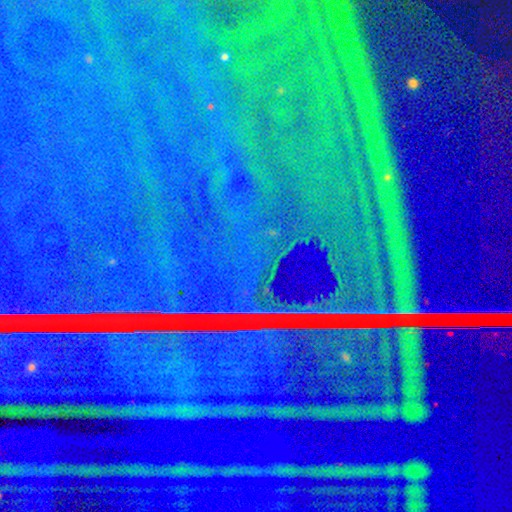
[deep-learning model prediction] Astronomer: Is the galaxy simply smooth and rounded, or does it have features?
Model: star or artifact — 89%.